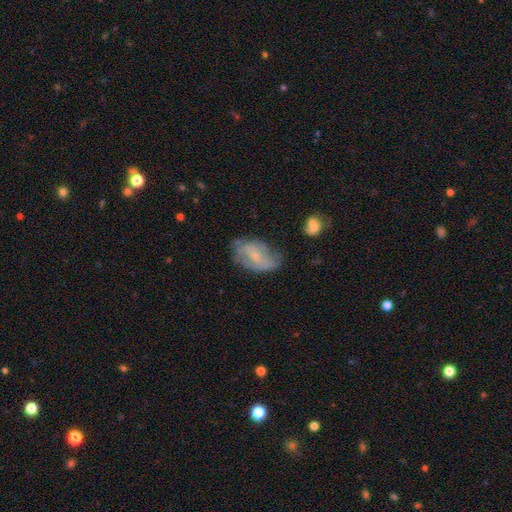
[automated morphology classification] This appears to be a featured or disk galaxy (57%) with no bar (48%), spiral arms (72%) and a small central bulge (56%). Merging: none (53%).